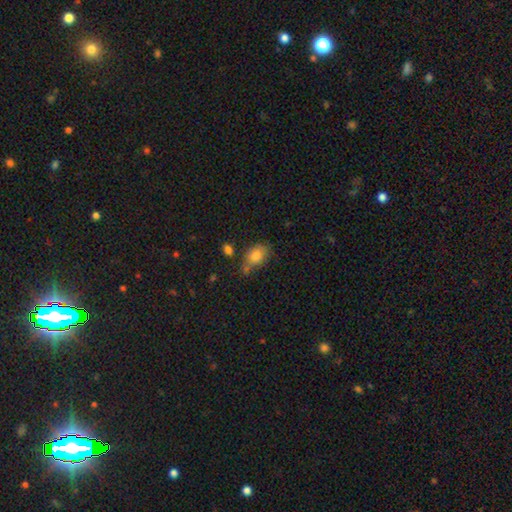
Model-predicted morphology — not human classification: Overall: smooth (80%). How rounded: in between (77%). Merging: none (53%; minor disturbance 26%).